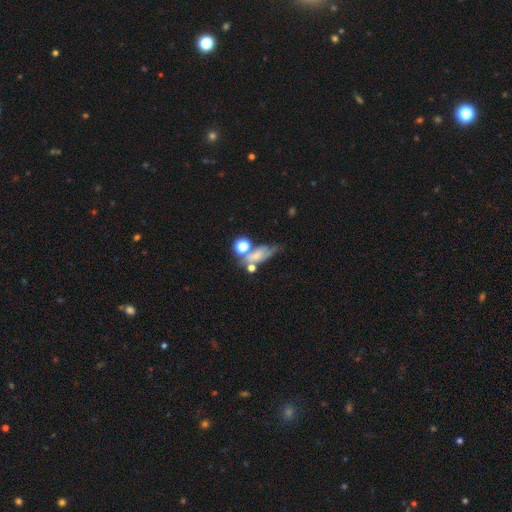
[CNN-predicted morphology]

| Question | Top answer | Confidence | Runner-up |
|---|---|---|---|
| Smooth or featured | smooth | 52% | featured or disk (31%) |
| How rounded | in between | 58% | round (24%) |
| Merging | none | 34% | merger (26%) |